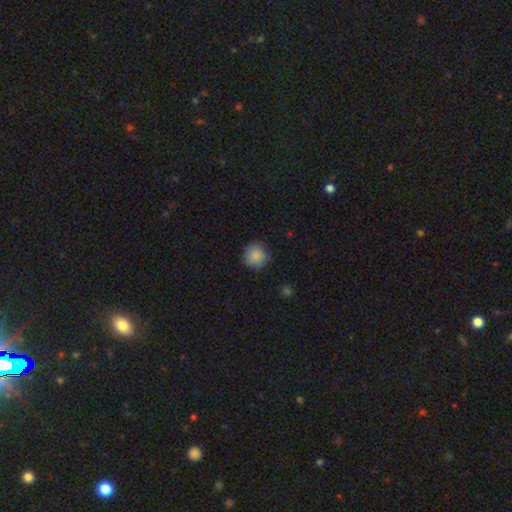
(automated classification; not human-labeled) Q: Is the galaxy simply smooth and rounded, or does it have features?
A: smooth — 87%.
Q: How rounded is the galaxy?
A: round — 93%.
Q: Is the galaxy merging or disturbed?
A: none — 85%.